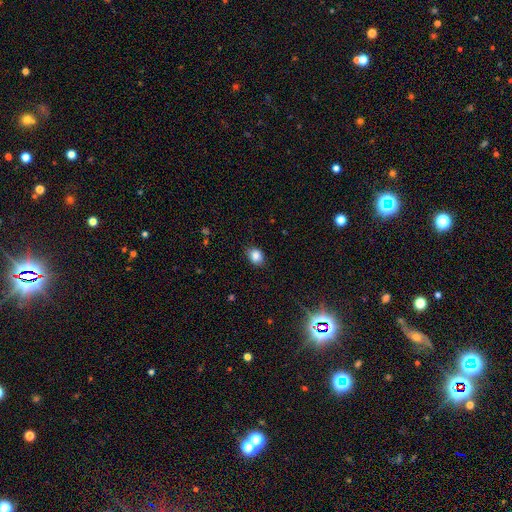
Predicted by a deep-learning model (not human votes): A smooth galaxy with no disk features (85%) that is in between round and cigar-shaped (57%). Merging: none (83%).